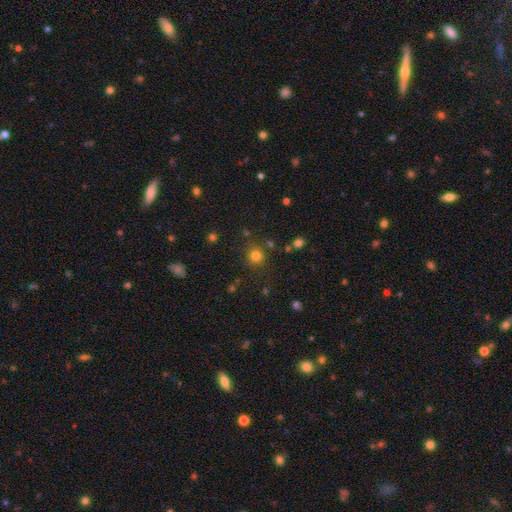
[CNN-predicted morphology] Smooth or featured? Predicted: smooth (p=0.78). How rounded? Predicted: round (p=0.90). Merging? Predicted: none (p=0.83).